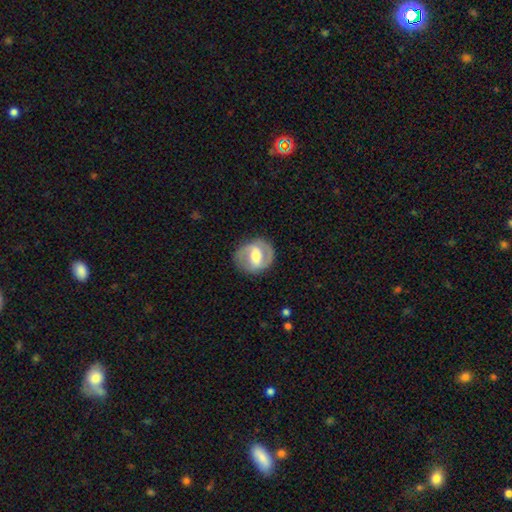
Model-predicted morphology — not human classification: The model was most divided on "bar": strong: 49%, weak: 36%, no: 15%. More confident: edge-on disk — no (96%); merging — none (82%); smooth or featured — featured or disk (69%); spiral arms — yes (66%); bulge size — moderate (59%).